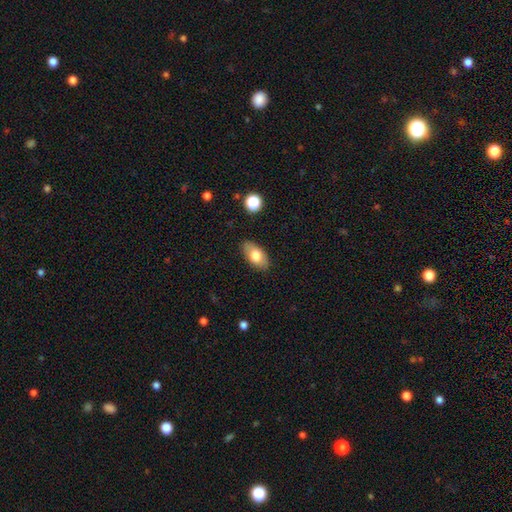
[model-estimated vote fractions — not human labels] Morphology: type=smooth (75%); roundness=in between (91%); merging=none (85%).